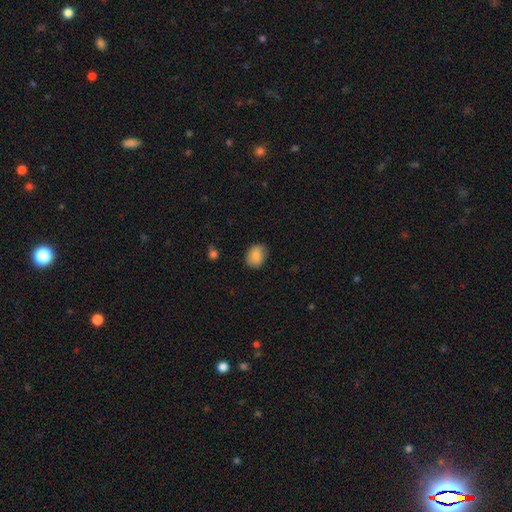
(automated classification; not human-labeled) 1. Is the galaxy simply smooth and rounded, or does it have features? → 85% smooth, 8% star or artifact, 7% featured or disk.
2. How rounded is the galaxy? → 57% in between, 42% round, 1% cigar-shaped.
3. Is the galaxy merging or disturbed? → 80% none, 16% minor disturbance, 3% major disturbance, 1% merger.